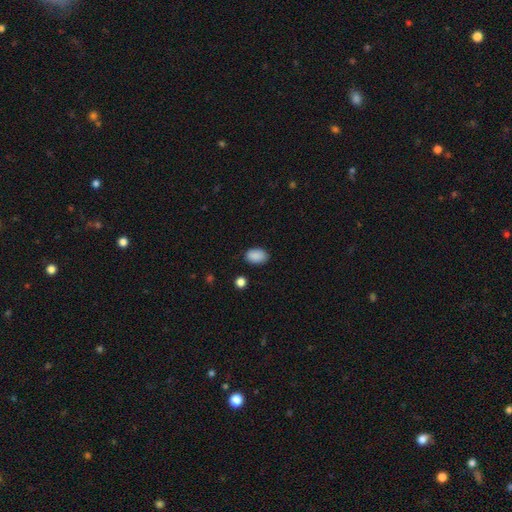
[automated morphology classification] Smooth or featured: smooth — 89% (star or artifact — 7%)
How rounded: in between — 88% (round — 11%)
Merging: none — 85% (minor disturbance — 11%)